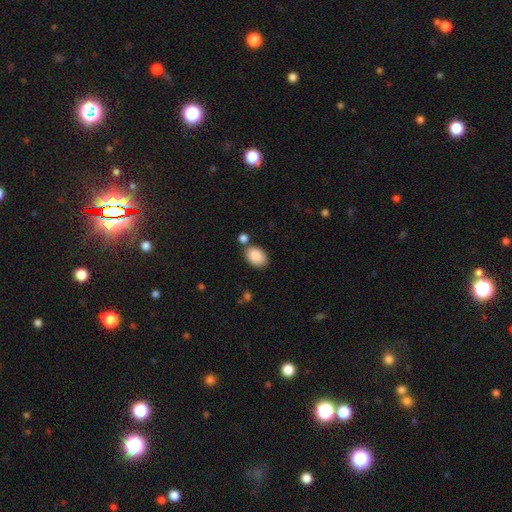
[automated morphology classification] smooth 89%, star or artifact 7%, featured or disk 4%. Down the decision tree: how rounded — in between (86%); merging — none (70%).